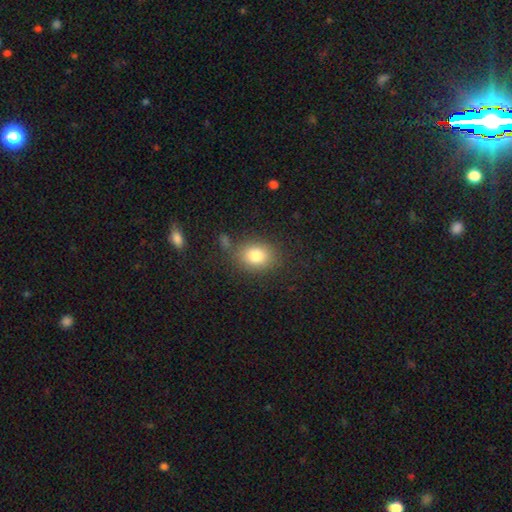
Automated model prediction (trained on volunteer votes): Smooth or featured: smooth — 82% (star or artifact — 10%)
How rounded: in between — 55% (round — 44%)
Merging: none — 78% (minor disturbance — 13%)